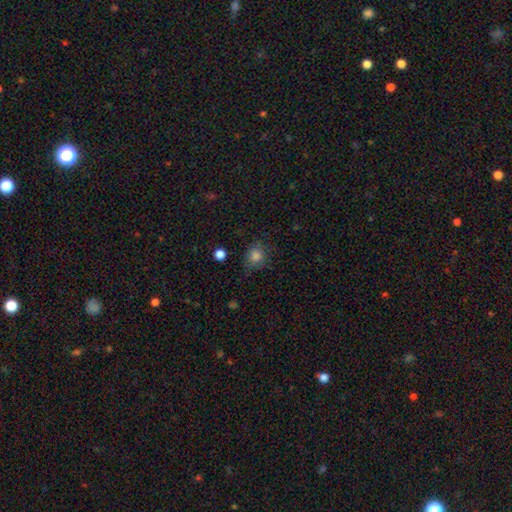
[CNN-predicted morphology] smooth-or-featured: smooth: 81% | star or artifact: 12% | featured or disk: 7%
  how-rounded: round: 72% | in between: 27% | cigar-shaped: 1%
  merging: none: 72% | minor disturbance: 21% | major disturbance: 6% | merger: 2%